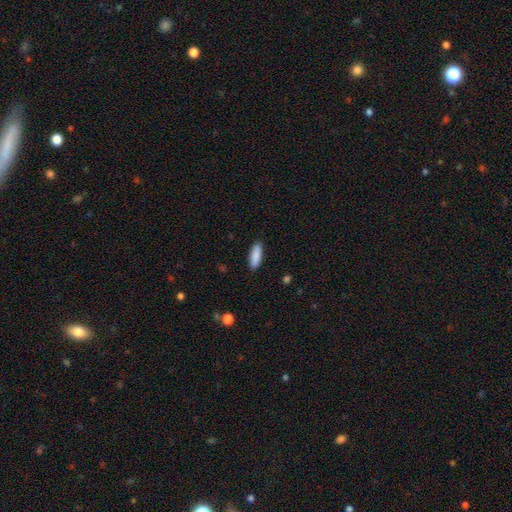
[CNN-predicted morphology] Q: Smooth or featured?
A: smooth (89%); runner-up: star or artifact (6%)
Q: How rounded?
A: in between (57%); runner-up: cigar-shaped (42%)
Q: Merging?
A: none (90%); runner-up: minor disturbance (8%)